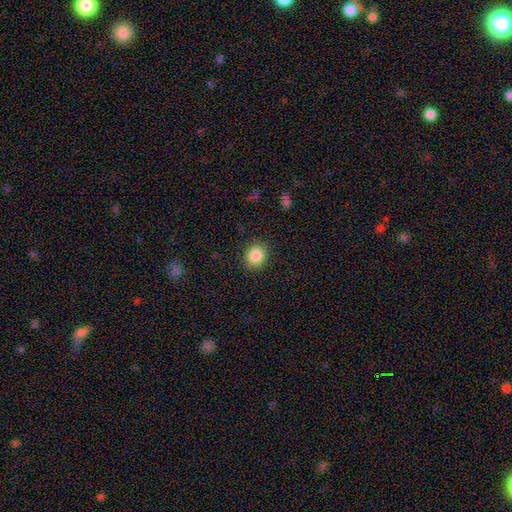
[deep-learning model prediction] Smooth or featured: smooth — 87% (star or artifact — 9%)
How rounded: round — 67% (in between — 33%)
Merging: none — 89% (minor disturbance — 7%)